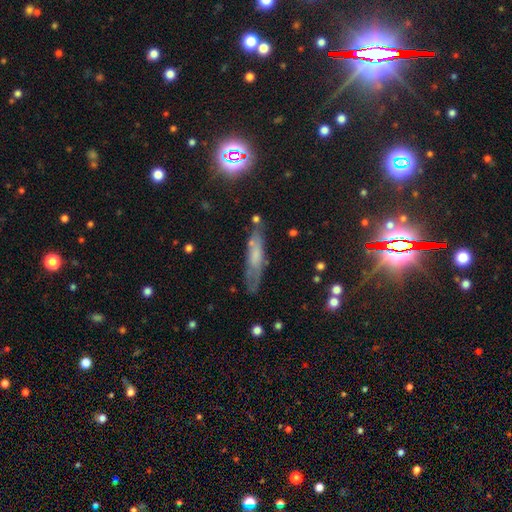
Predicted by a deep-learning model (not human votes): This appears to be a smooth galaxy with no disk features (49%). Merging: none (66%).